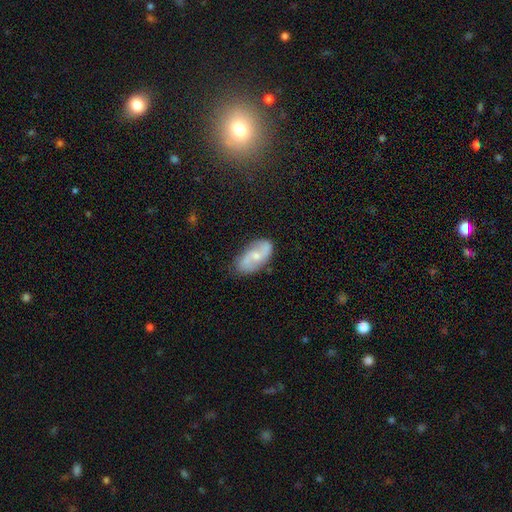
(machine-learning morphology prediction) This is likely a featured or disk galaxy (67%). It is clearly not viewed edge-on (95%). Bar: possibly no (55%). Spiral arm pattern: clearly yes (91%). Spiral arm count: clearly 2 (88%). Spiral winding: marginally medium (41%, tied with loose). Central bulge: possibly small (50%). Merging: likely none (77%).